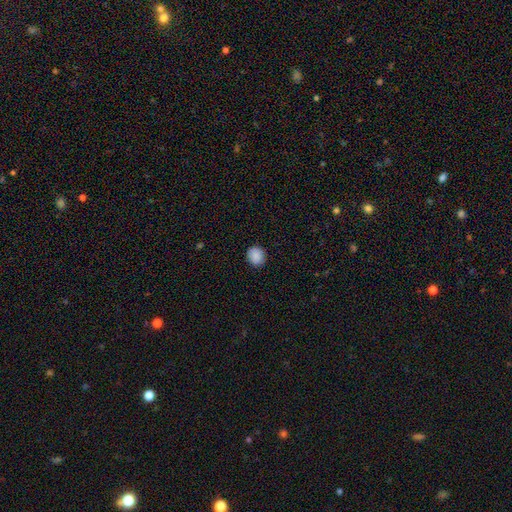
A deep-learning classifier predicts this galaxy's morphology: smooth_or_featured: smooth (p=0.89) [alt: star or artifact p=0.08]
how_rounded: round (p=0.77) [alt: in between p=0.22]
merging: none (p=0.89) [alt: minor disturbance p=0.08]